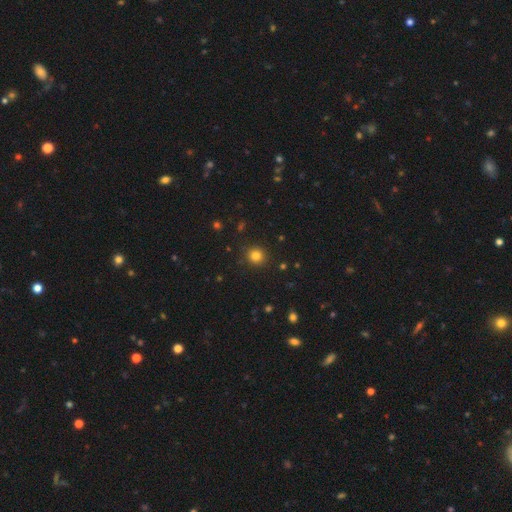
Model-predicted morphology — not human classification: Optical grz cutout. It shows a smooth galaxy with no disk features (82%) that is round (91%). Merging: none (90%).